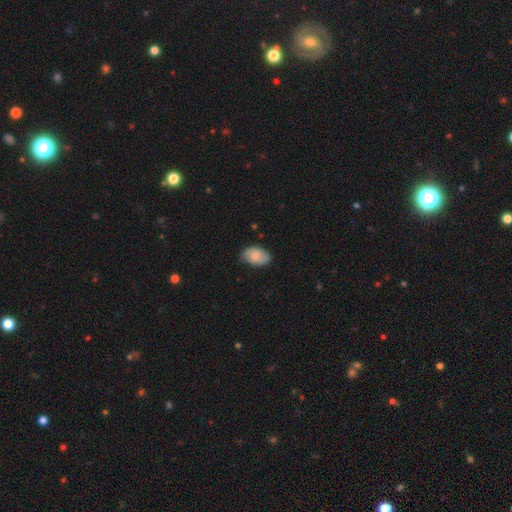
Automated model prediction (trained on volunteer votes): Overall: smooth (74%). How rounded: in between (91%). Merging: none (74%).